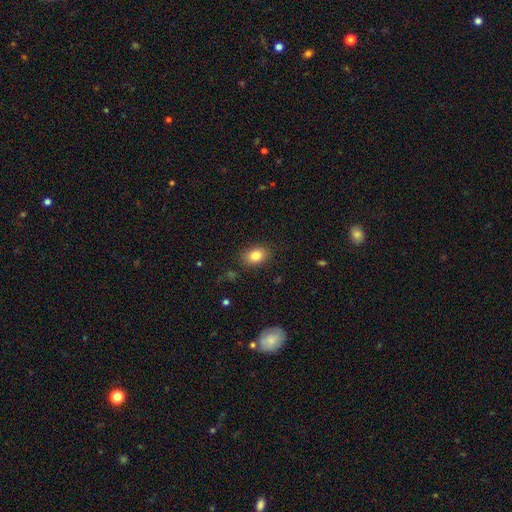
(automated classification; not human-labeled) Overall: smooth (83%). How rounded: in between (69%; round 30%). Merging: none (86%).